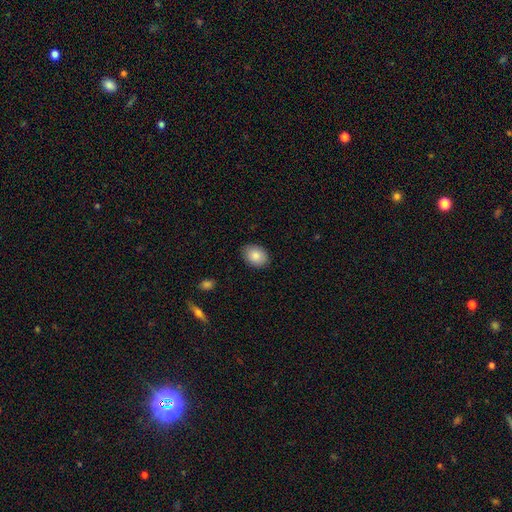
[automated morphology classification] This appears to be a smooth galaxy with no disk features (86%) that is in between round and cigar-shaped (73%). Merging: none (86%).